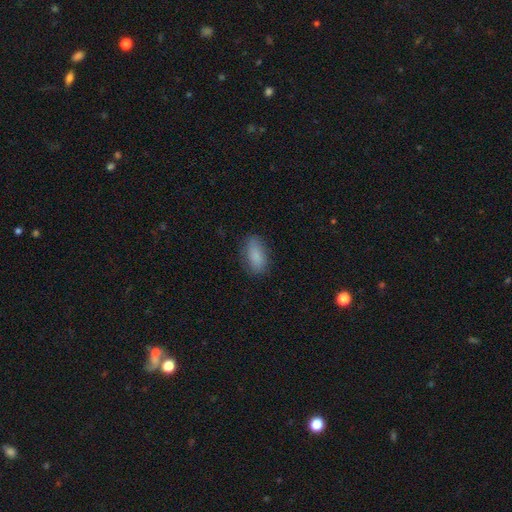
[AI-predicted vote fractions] A smooth galaxy with no disk features (86%) that is in between round and cigar-shaped (89%). Merging: none (79%).